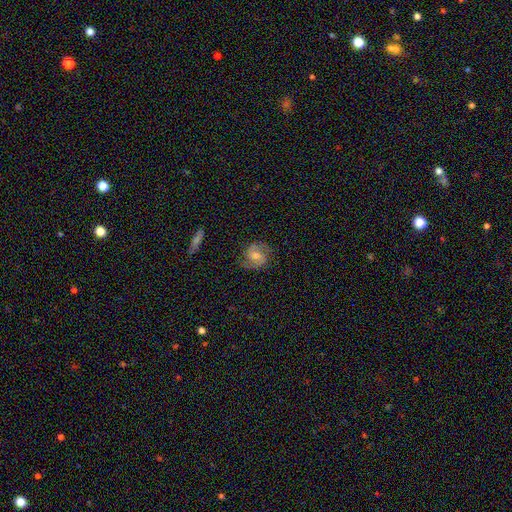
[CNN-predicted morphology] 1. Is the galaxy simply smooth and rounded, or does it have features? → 65% featured or disk, 28% smooth, 8% star or artifact.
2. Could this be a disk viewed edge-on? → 97% no, 3% yes.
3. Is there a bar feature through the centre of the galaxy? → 43% weak (tied), 43% no (tied), 14% strong.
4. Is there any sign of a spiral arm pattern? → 88% yes, 12% no.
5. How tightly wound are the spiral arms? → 49% medium, 30% tight, 21% loose.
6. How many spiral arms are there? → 85% 2, 9% can't tell, 3% 1, 2% 3, 1% 4, 1% more than 4.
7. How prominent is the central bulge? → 57% moderate, 35% small, 5% large, 3% none, 1% dominant.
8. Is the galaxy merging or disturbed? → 75% none, 17% minor disturbance, 7% major disturbance, 1% merger.